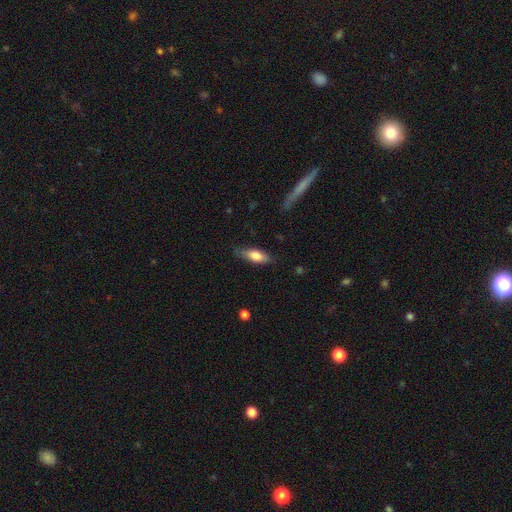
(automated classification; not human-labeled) The model was most divided on "how rounded": in between: 68%, cigar-shaped: 29%, round: 2%. More confident: merging — none (78%); smooth or featured — smooth (72%).